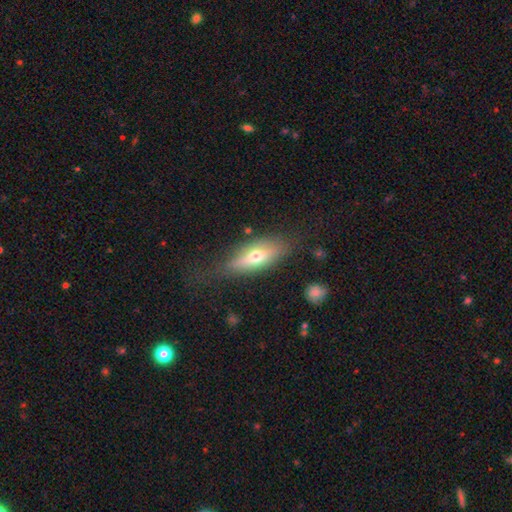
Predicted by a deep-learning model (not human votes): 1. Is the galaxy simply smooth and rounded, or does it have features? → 49% smooth, 43% featured or disk, 8% star or artifact.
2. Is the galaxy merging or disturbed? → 73% none, 18% minor disturbance, 8% major disturbance, 2% merger.